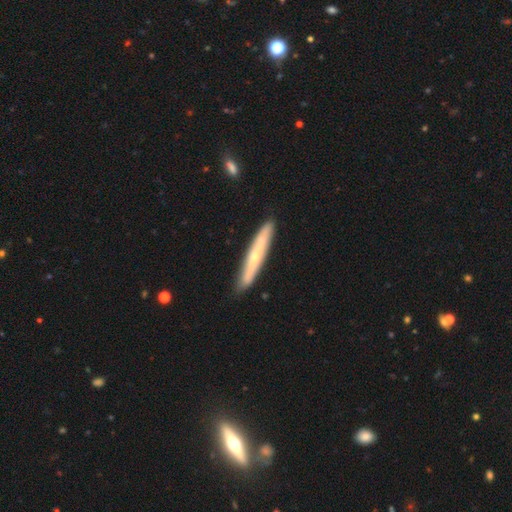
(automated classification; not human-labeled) smooth_or_featured: featured or disk (p=0.55) [alt: smooth p=0.39]
disk_edge_on: yes (p=0.86) [alt: no p=0.14]
merging: none (p=0.88) [alt: minor disturbance p=0.09]